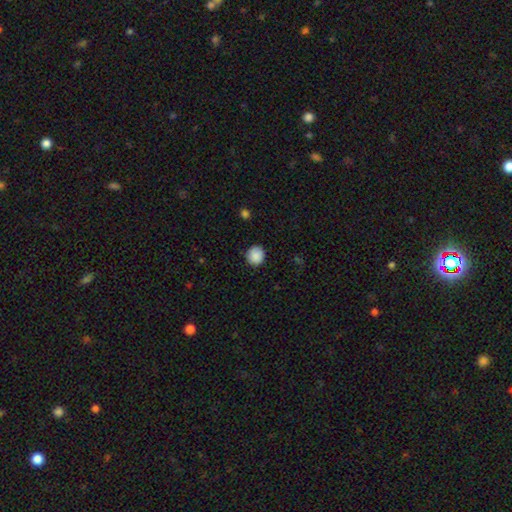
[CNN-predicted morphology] smooth_or_featured: smooth (p=0.89) [alt: star or artifact p=0.08]
how_rounded: round (p=0.91) [alt: in between p=0.08]
merging: none (p=0.88) [alt: minor disturbance p=0.09]